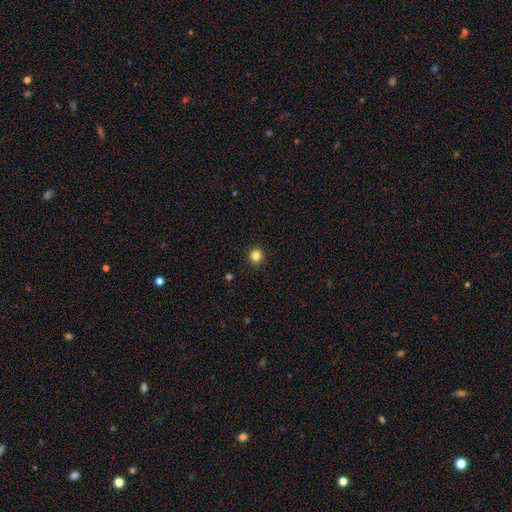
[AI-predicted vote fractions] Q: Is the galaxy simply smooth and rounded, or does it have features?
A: smooth — 84%.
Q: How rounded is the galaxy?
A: round — 93%.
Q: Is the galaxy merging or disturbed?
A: none — 93%.